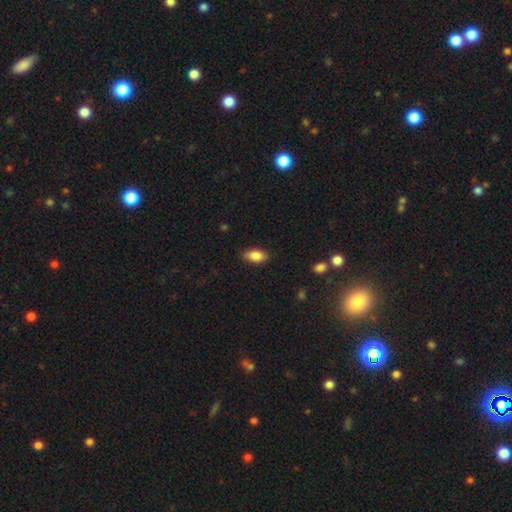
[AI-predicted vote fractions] Smooth or featured: smooth — 84% (featured or disk — 9%)
How rounded: in between — 89% (cigar-shaped — 8%)
Merging: none — 87% (minor disturbance — 10%)